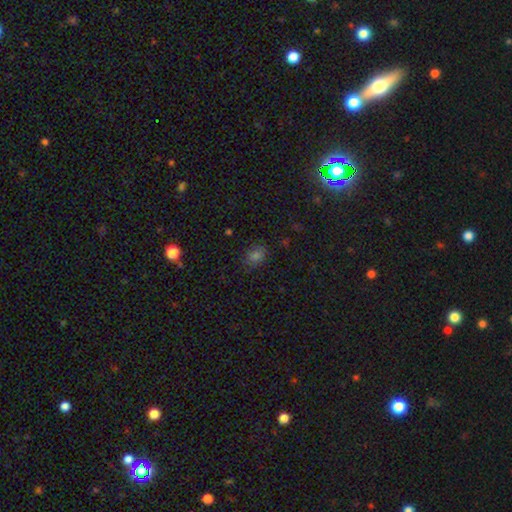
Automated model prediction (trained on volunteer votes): Overall: smooth (66%; star or artifact 26%). How rounded: in between (55%; round 43%). Merging: none (80%).